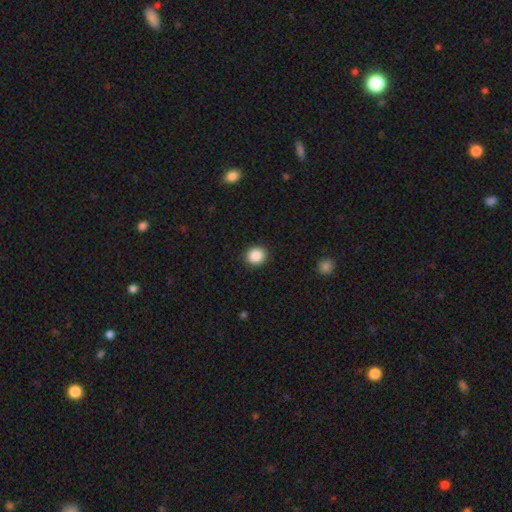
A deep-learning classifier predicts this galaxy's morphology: Smooth or featured?
  - smooth: 88% *
  - star or artifact: 9%
  - featured or disk: 3%
How rounded?
  - round: 83% *
  - in between: 16%
  - cigar-shaped: 1%
Merging?
  - none: 91% *
  - minor disturbance: 6%
  - major disturbance: 2%
  - merger: 1%